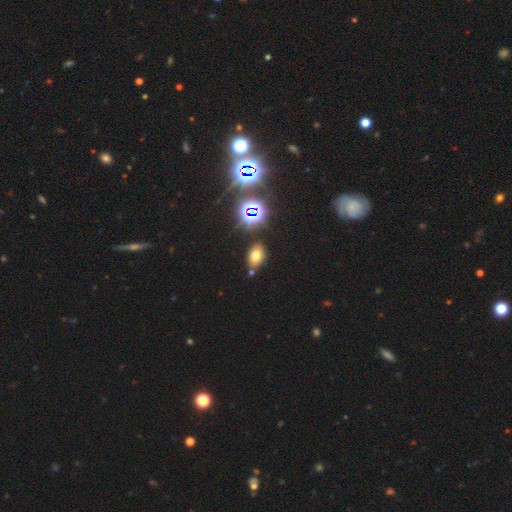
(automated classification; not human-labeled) Overall: smooth (64%; star or artifact 25%). How rounded: in between (80%). Merging: none (79%).